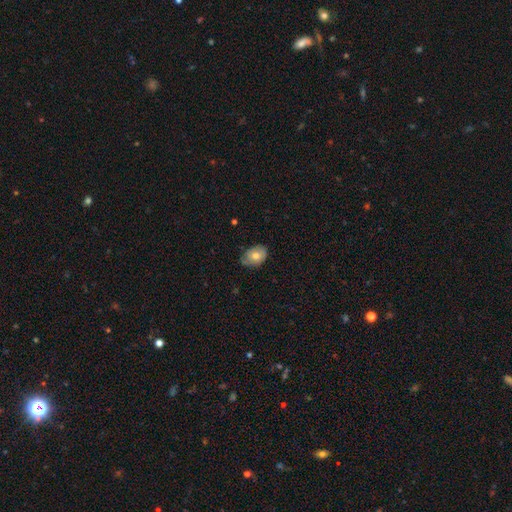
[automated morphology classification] smooth_or_featured: smooth (p=0.70) [alt: featured or disk p=0.22]
how_rounded: in between (p=0.77) [alt: round p=0.22]
merging: none (p=0.65) [alt: minor disturbance p=0.29]